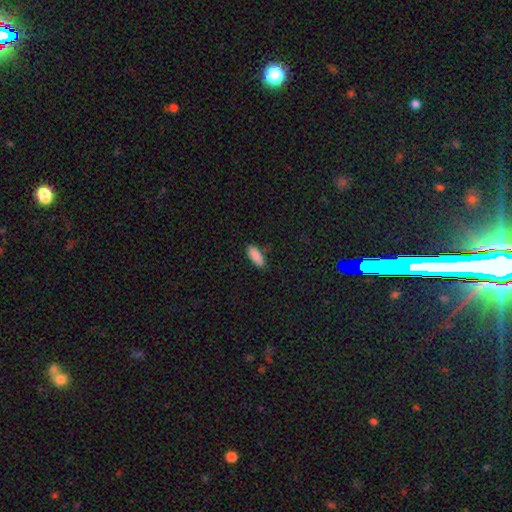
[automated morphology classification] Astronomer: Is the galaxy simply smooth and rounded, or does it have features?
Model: smooth — 89%.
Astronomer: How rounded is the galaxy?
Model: in between — 75%.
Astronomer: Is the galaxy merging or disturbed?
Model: none — 85%.